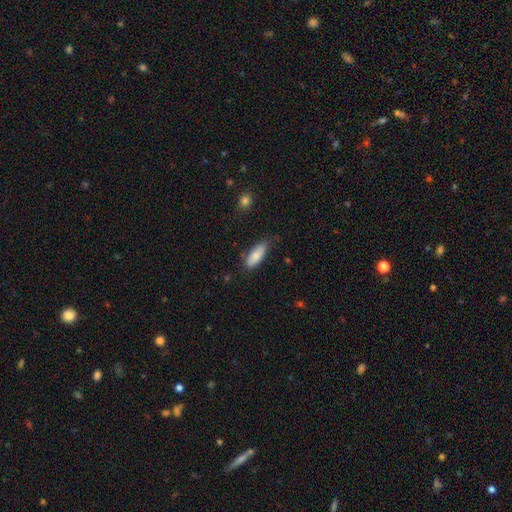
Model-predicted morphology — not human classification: smooth-or-featured: smooth: 84% | featured or disk: 9% | star or artifact: 6%
  how-rounded: in between: 78% | cigar-shaped: 20% | round: 2%
  merging: none: 71% | minor disturbance: 23% | major disturbance: 4% | merger: 2%